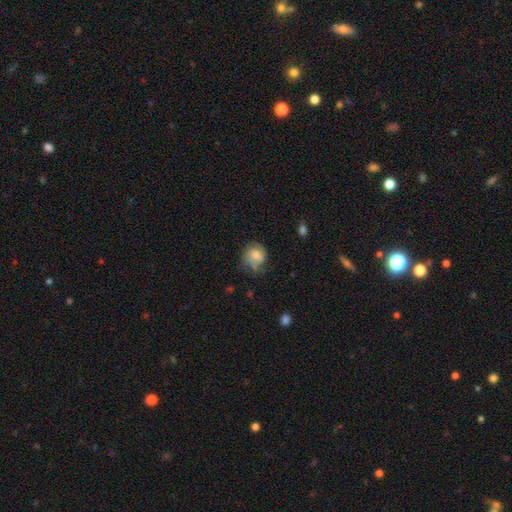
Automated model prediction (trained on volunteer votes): smooth 64%, featured or disk 28%, star or artifact 8%. Down the decision tree: how rounded — round (69%); merging — none (47%).